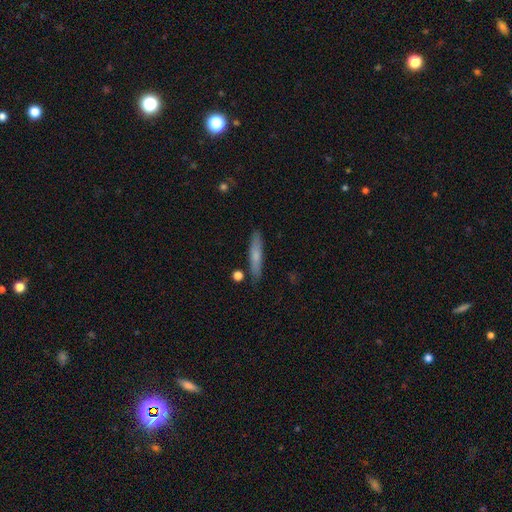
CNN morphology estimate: Q: Smooth or featured?
A: smooth (66%); runner-up: featured or disk (28%)
Q: How rounded?
A: cigar-shaped (88%); runner-up: in between (10%)
Q: Merging?
A: none (85%); runner-up: minor disturbance (11%)